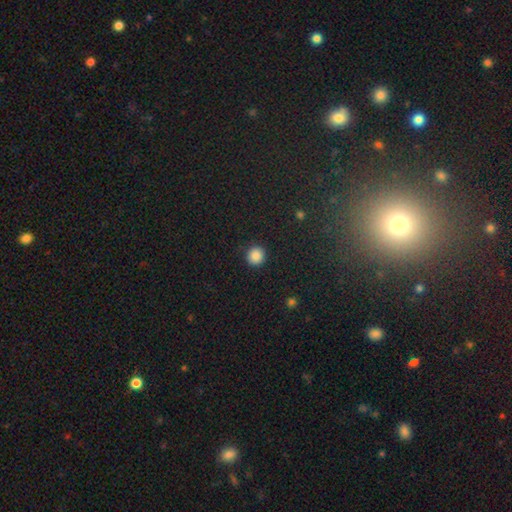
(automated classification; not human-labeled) smooth-or-featured: smooth: 87% | star or artifact: 10% | featured or disk: 3%
  how-rounded: round: 93% | in between: 6% | cigar-shaped: 1%
  merging: none: 91% | minor disturbance: 6% | major disturbance: 2% | merger: 1%